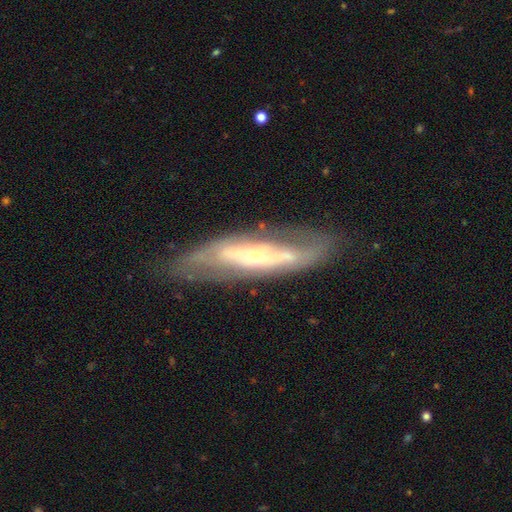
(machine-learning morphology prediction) Q: Smooth or featured?
A: featured or disk (74%); runner-up: smooth (20%)
Q: Edge-on disk?
A: no (67%); runner-up: yes (33%)
Q: Merging?
A: none (71%); runner-up: minor disturbance (17%)